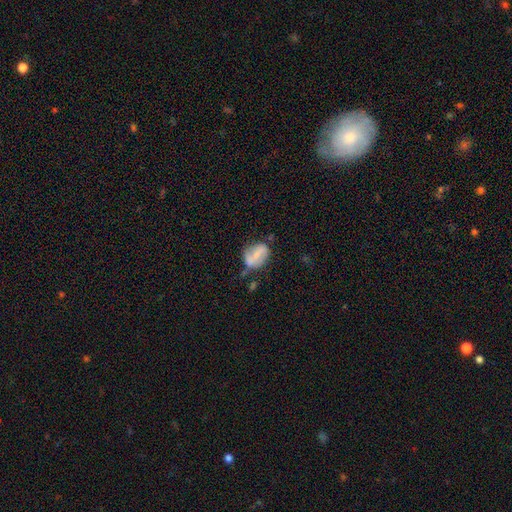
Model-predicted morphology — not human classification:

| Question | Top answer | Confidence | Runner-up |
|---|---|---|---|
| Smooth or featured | featured or disk | 49% | smooth (43%) |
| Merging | none | 48% | minor disturbance (29%) |